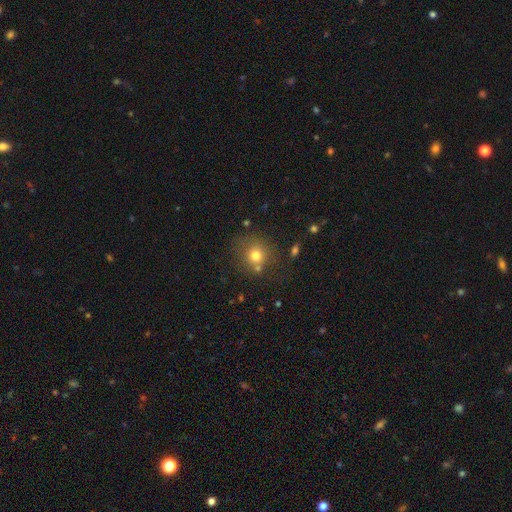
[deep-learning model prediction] Smooth or featured: smooth — 74% (star or artifact — 15%)
How rounded: round — 87% (in between — 12%)
Merging: none — 72% (minor disturbance — 13%)